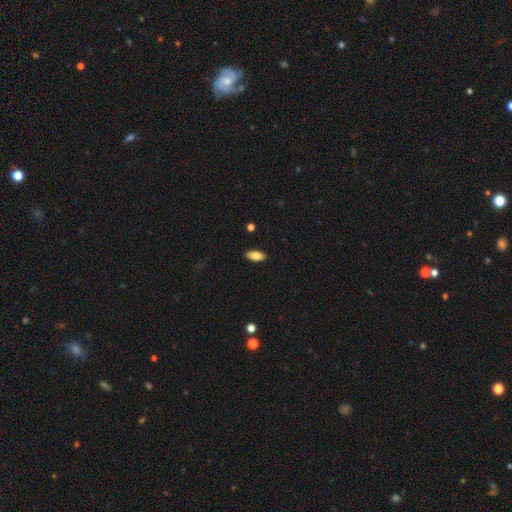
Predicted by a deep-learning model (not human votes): This is clearly a smooth galaxy (83%). How rounded: clearly in between (91%). Merging: clearly none (89%).